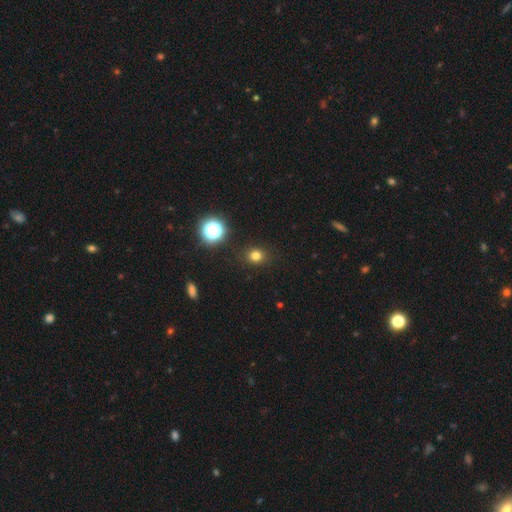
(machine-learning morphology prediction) Smooth or featured? Predicted: smooth (p=0.77). How rounded? Predicted: round (p=0.73). Merging? Predicted: none (p=0.89).